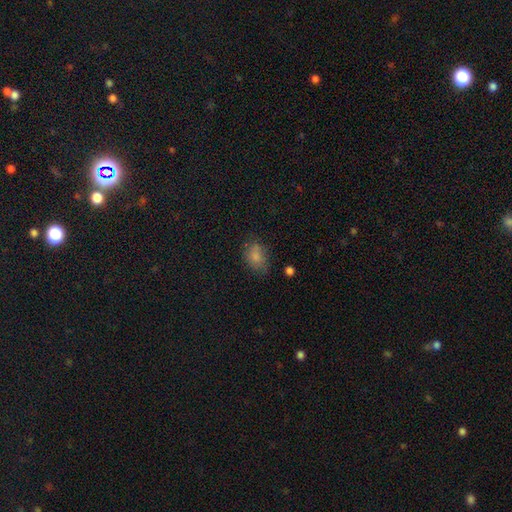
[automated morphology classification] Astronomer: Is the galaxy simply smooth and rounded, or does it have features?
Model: smooth — 81%.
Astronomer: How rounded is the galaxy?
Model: in between — 76%.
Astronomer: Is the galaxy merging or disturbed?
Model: none — 64%.